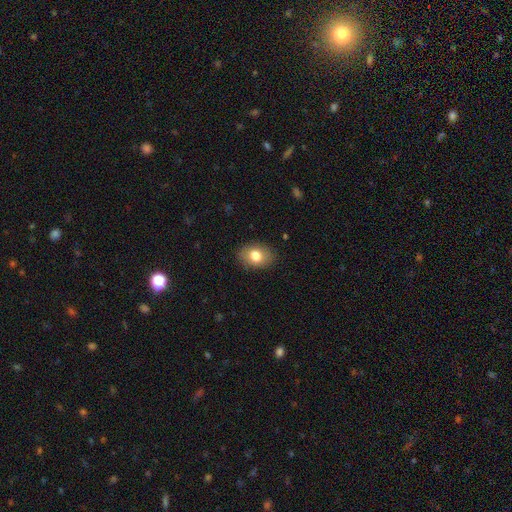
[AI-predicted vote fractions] A smooth galaxy with no disk features (79%) that is in between round and cigar-shaped (71%).

Vote fractions:
- Smooth or featured? smooth: 79% / featured or disk: 13% / star or artifact: 8%
- How rounded? in between: 71% / round: 28% / cigar-shaped: 1%
- Merging? none: 86% / minor disturbance: 10% / major disturbance: 3% / merger: 1%